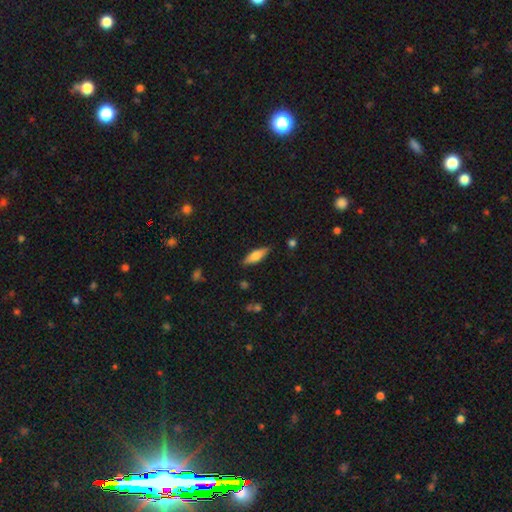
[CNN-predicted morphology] smooth_or_featured: smooth (p=0.70) [alt: featured or disk p=0.24]
how_rounded: in between (p=0.53) [alt: cigar-shaped p=0.45]
merging: none (p=0.83) [alt: minor disturbance p=0.13]